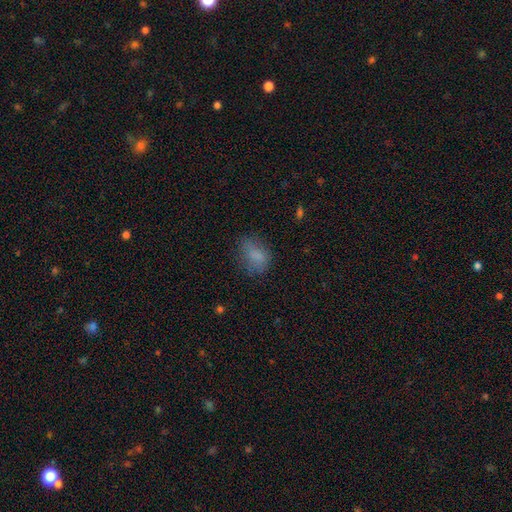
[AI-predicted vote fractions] Q: Smooth or featured?
A: smooth (78%); runner-up: featured or disk (11%)
Q: How rounded?
A: in between (76%); runner-up: round (21%)
Q: Merging?
A: none (60%); runner-up: minor disturbance (25%)